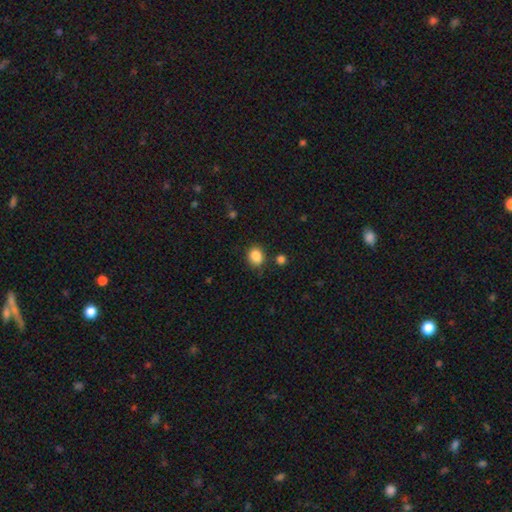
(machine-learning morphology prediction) This is clearly a smooth galaxy (86%). How rounded: possibly round (59%). Merging: likely none (76%).